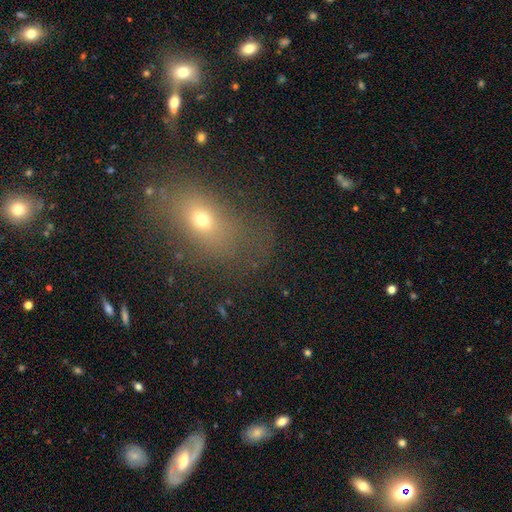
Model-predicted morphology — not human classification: Smooth or featured? Predicted: smooth (p=0.54). How rounded? Predicted: in between (p=0.71). Merging? Predicted: none (p=0.70).